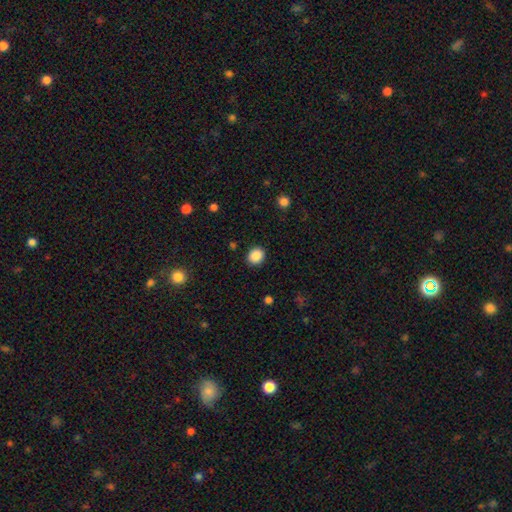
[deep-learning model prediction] A smooth galaxy with no disk features (88%) that is round (70%).

Vote fractions:
- Smooth or featured? smooth: 88% / star or artifact: 9% / featured or disk: 3%
- How rounded? round: 70% / in between: 29% / cigar-shaped: 1%
- Merging? none: 89% / minor disturbance: 7% / major disturbance: 2% / merger: 1%